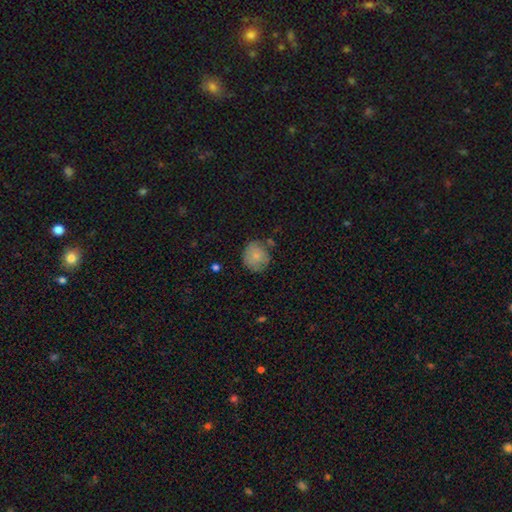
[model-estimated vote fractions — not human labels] Morphology: type=smooth (80%); roundness=round (83%); merging=none (72%).